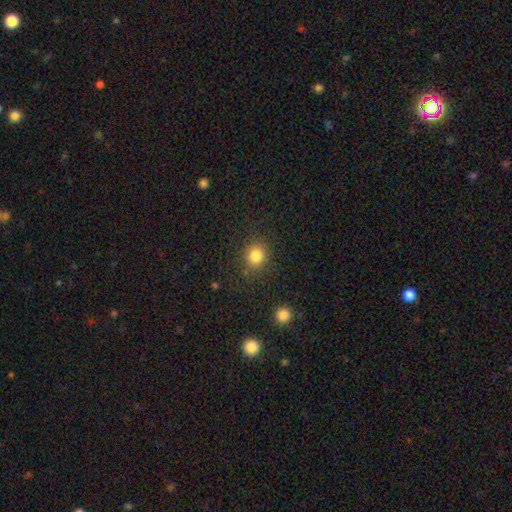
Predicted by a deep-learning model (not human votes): smooth_or_featured: smooth (p=0.83) [alt: star or artifact p=0.12]
how_rounded: round (p=0.81) [alt: in between p=0.18]
merging: none (p=0.85) [alt: minor disturbance p=0.09]